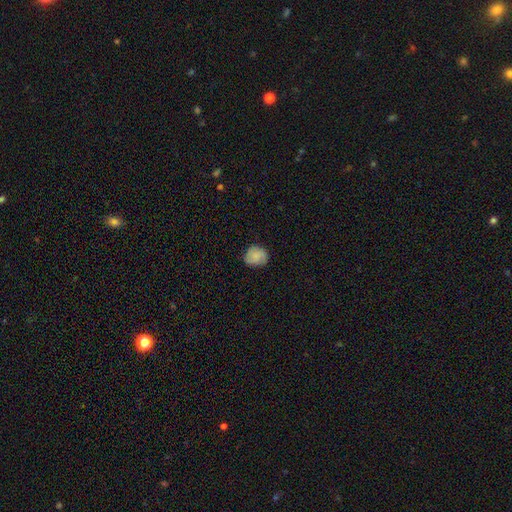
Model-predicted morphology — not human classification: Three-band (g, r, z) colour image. It shows a smooth galaxy with no disk features (74%) that is round (69%). Merging: none (78%).